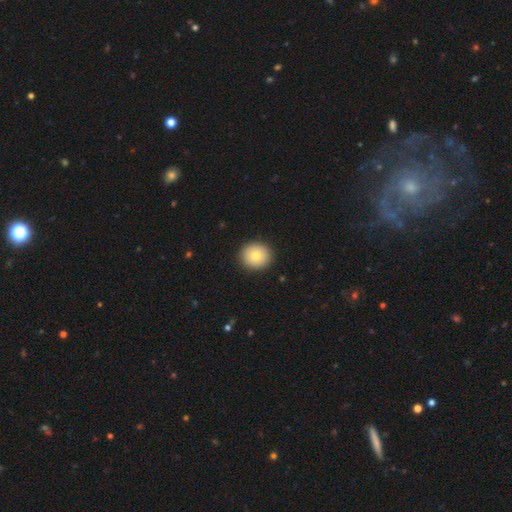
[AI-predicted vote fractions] This appears to be a smooth galaxy with no disk features (80%) that is round (88%). Merging: none (92%).